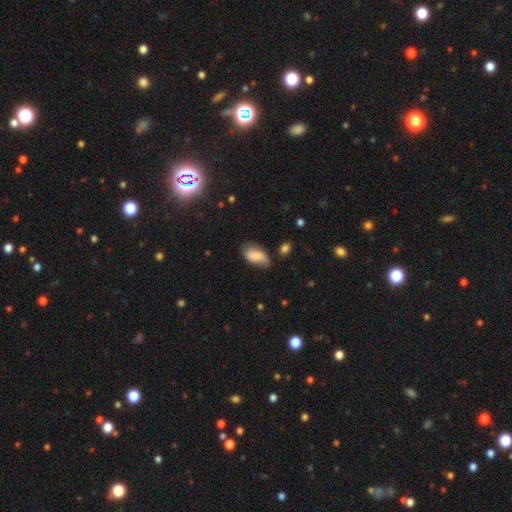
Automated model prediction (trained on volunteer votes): smooth 68%, featured or disk 24%, star or artifact 8%. Down the decision tree: how rounded — in between (92%); merging — none (57%).